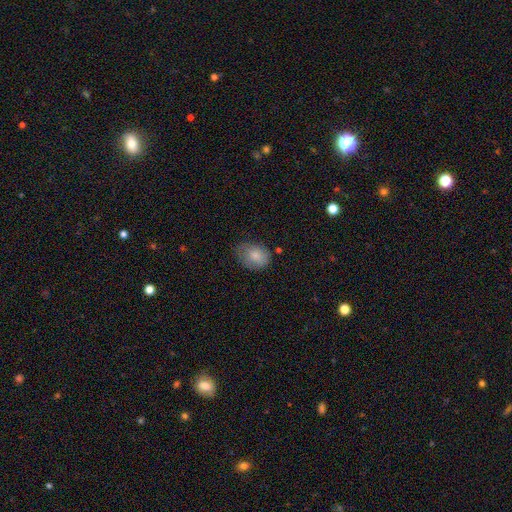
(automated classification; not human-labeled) Smooth or featured? smooth (81%)
How rounded? in between (66%)
Merging? none (53%)